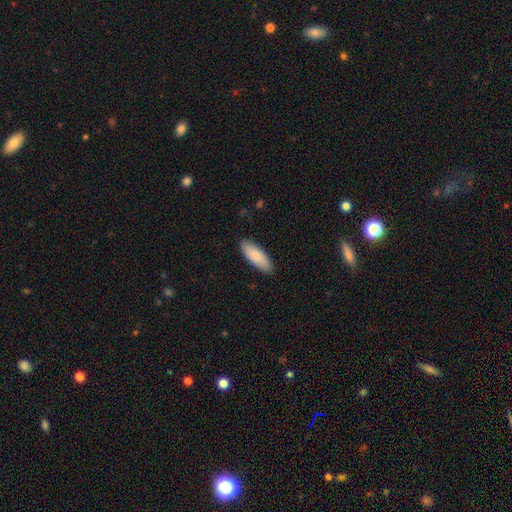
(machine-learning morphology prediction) A smooth galaxy with no disk features (86%) that is in between round and cigar-shaped (72%).

Vote fractions:
- Smooth or featured? smooth: 86% / featured or disk: 9% / star or artifact: 5%
- How rounded? in between: 72% / cigar-shaped: 27% / round: 1%
- Merging? none: 87% / minor disturbance: 11% / major disturbance: 2% / merger: 1%